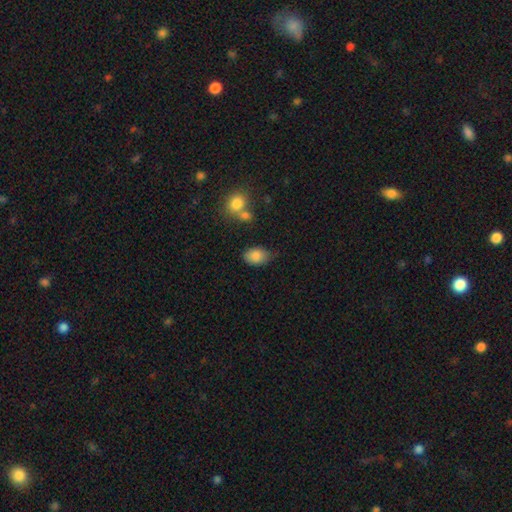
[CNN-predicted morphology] smooth-or-featured: smooth: 85% | star or artifact: 8% | featured or disk: 7%
  how-rounded: in between: 84% | round: 15% | cigar-shaped: 1%
  merging: none: 64% | minor disturbance: 26% | major disturbance: 5% | merger: 5%